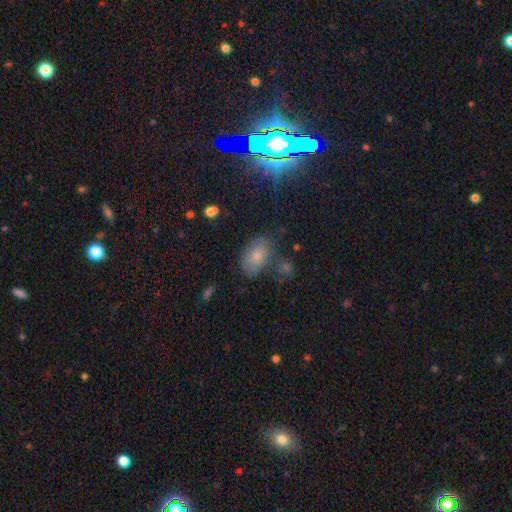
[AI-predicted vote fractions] This is likely a smooth galaxy (70%). How rounded: clearly in between (89%). Merging: likely none (72%).